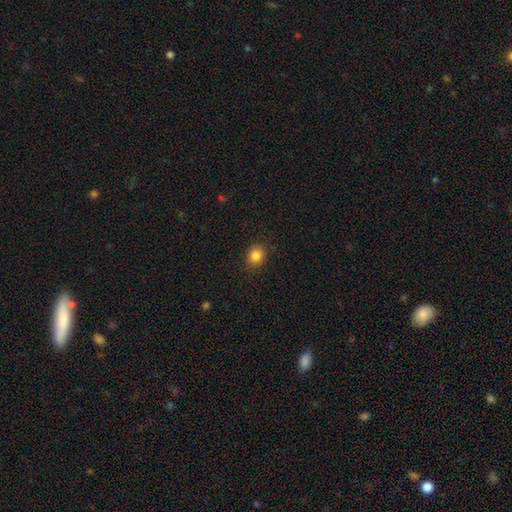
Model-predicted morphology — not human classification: smooth_or_featured: smooth (p=0.85) [alt: star or artifact p=0.11]
how_rounded: round (p=0.75) [alt: in between p=0.24]
merging: none (p=0.89) [alt: minor disturbance p=0.08]